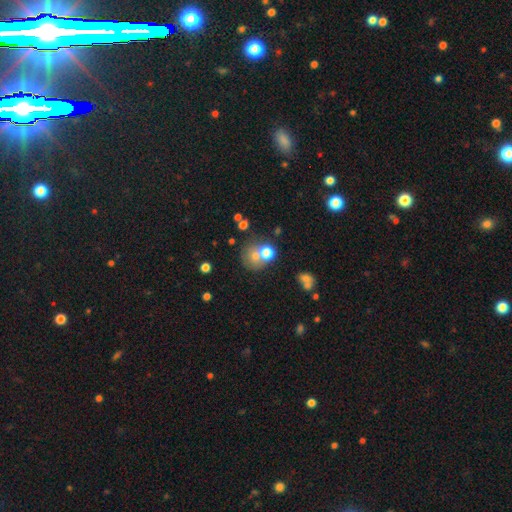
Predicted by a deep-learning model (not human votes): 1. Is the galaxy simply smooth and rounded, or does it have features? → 61% smooth, 20% featured or disk, 19% star or artifact.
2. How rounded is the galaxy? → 76% round, 23% in between, 1% cigar-shaped.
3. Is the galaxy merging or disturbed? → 43% none, 37% merger, 12% minor disturbance, 8% major disturbance.